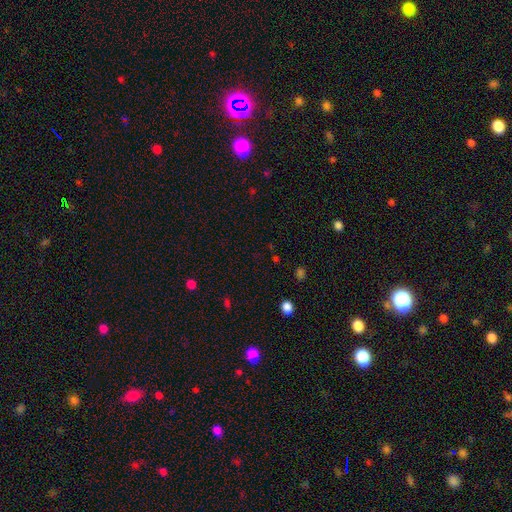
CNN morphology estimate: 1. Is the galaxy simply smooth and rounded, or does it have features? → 54% star or artifact, 39% smooth, 7% featured or disk.